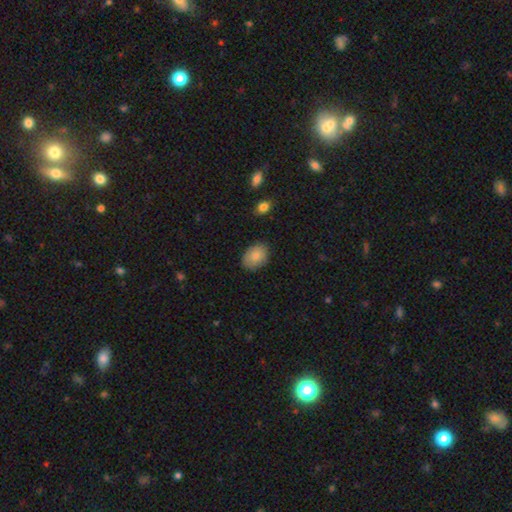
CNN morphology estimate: This appears to be a smooth galaxy with no disk features (83%) that is in between round and cigar-shaped (70%). Merging: none (82%).